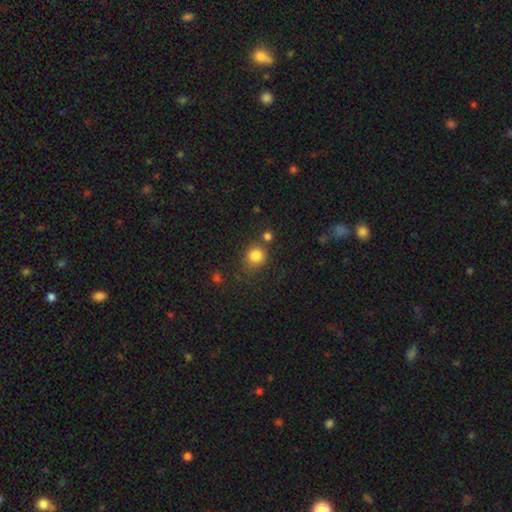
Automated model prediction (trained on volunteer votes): Morphology: type=smooth (83%); roundness=round (80%); merging=none (65%).